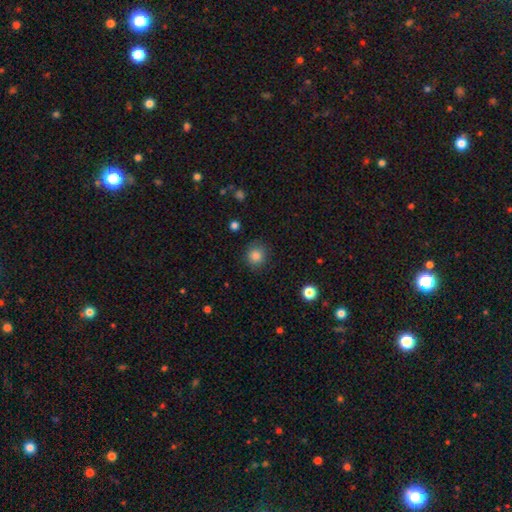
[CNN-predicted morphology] Smooth or featured?
  - smooth: 85% *
  - star or artifact: 11%
  - featured or disk: 4%
How rounded?
  - round: 87% *
  - in between: 12%
  - cigar-shaped: 1%
Merging?
  - none: 84% *
  - minor disturbance: 12%
  - major disturbance: 4%
  - merger: 1%